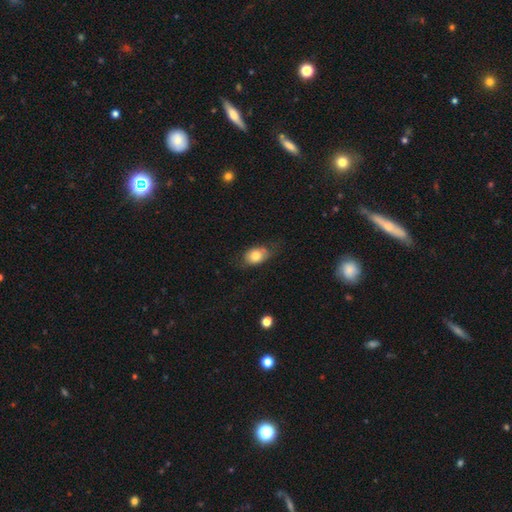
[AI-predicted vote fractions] The model was most divided on "merging": none: 58%, minor disturbance: 27%, major disturbance: 12%, merger: 2%. More confident: how rounded — in between (76%); smooth or featured — smooth (73%).